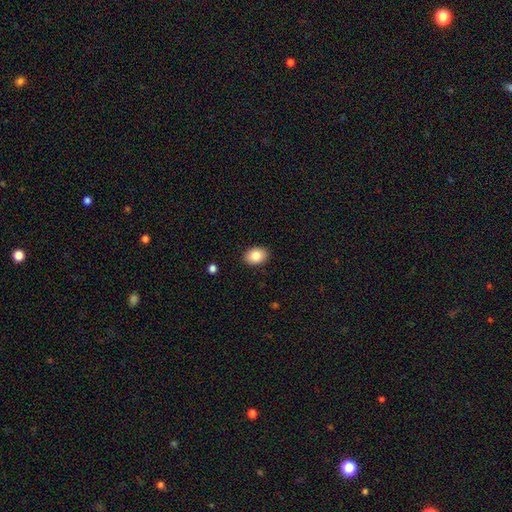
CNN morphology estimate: Overall: smooth (85%). How rounded: in between (76%). Merging: none (90%).